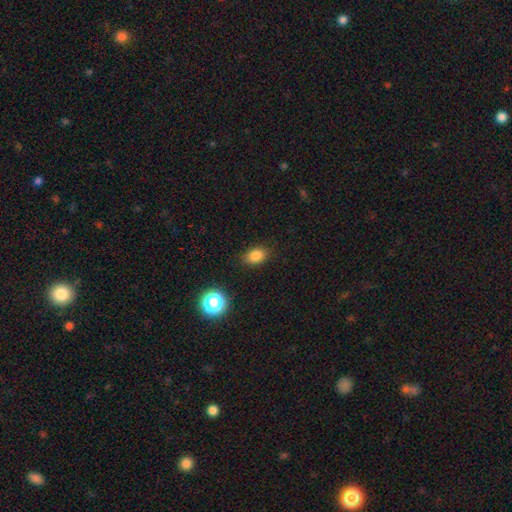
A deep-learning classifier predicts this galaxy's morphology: This is clearly a smooth galaxy (82%). How rounded: likely in between (77%). Merging: clearly none (86%).